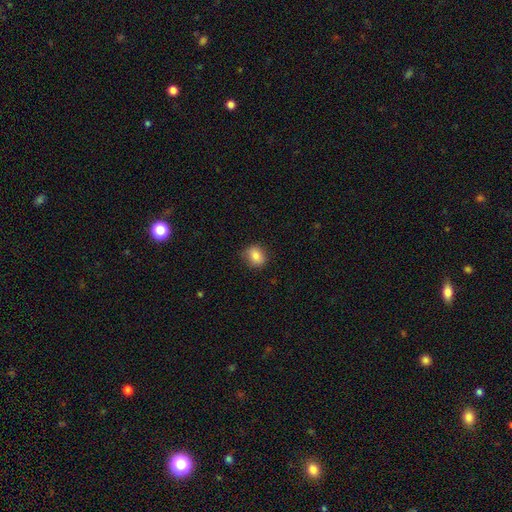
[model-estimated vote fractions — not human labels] Smooth or featured?
  - smooth: 83% *
  - star or artifact: 9%
  - featured or disk: 8%
How rounded?
  - round: 61% *
  - in between: 38%
  - cigar-shaped: 1%
Merging?
  - none: 81% *
  - minor disturbance: 15%
  - major disturbance: 3%
  - merger: 1%